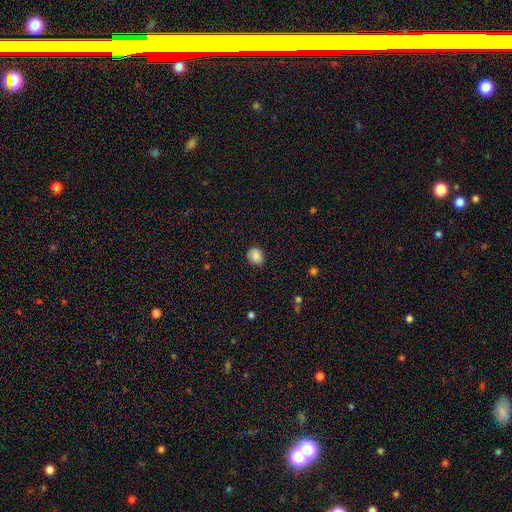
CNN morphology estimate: type=smooth (86%); roundness=round (60%); merging=none (84%).